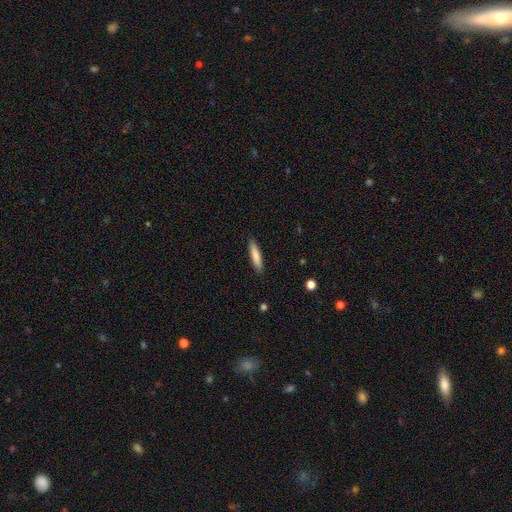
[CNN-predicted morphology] smooth 80%, featured or disk 14%, star or artifact 6%. Down the decision tree: how rounded — cigar-shaped (85%); merging — none (90%).